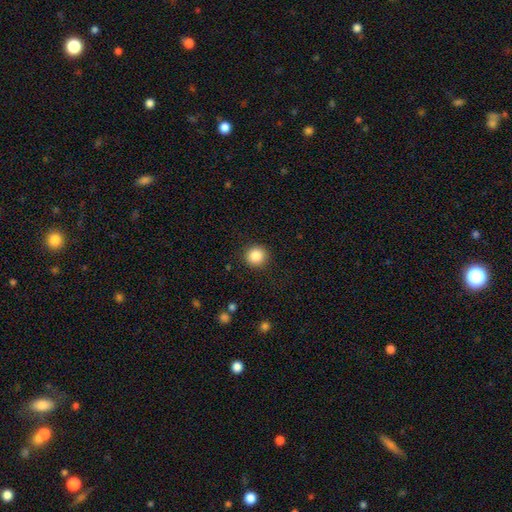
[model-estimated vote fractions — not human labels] Overall: smooth (87%). How rounded: round (92%). Merging: none (91%).